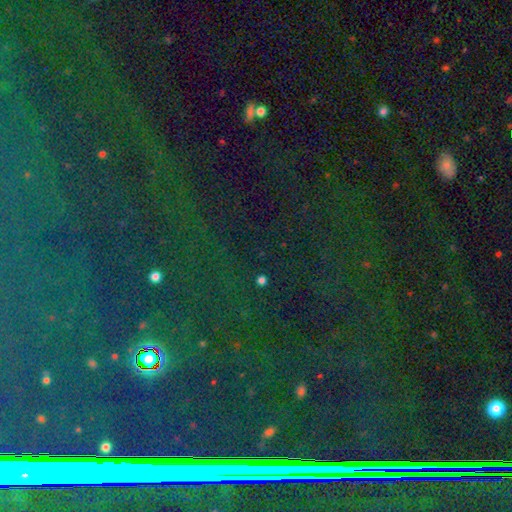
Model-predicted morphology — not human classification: star or artifact 82%, smooth 10%, featured or disk 8%.